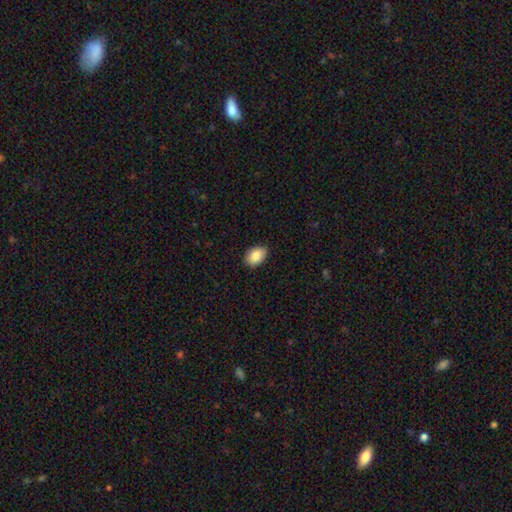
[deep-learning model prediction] The model was most divided on "how rounded": in between: 85%, round: 14%, cigar-shaped: 1%. More confident: merging — none (87%); smooth or featured — smooth (87%).